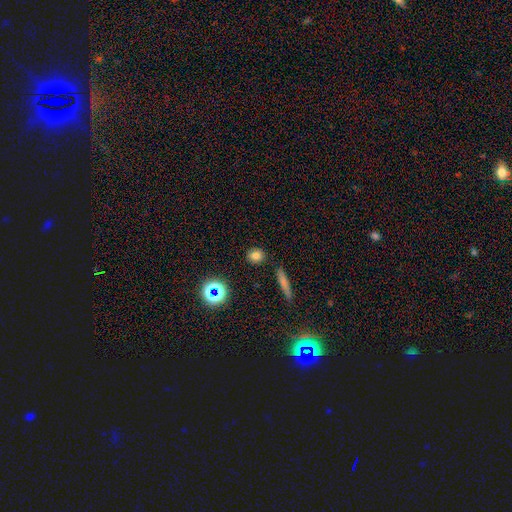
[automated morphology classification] Smooth or featured? Predicted: smooth (p=0.76). How rounded? Predicted: round (p=0.73). Merging? Predicted: none (p=0.88).